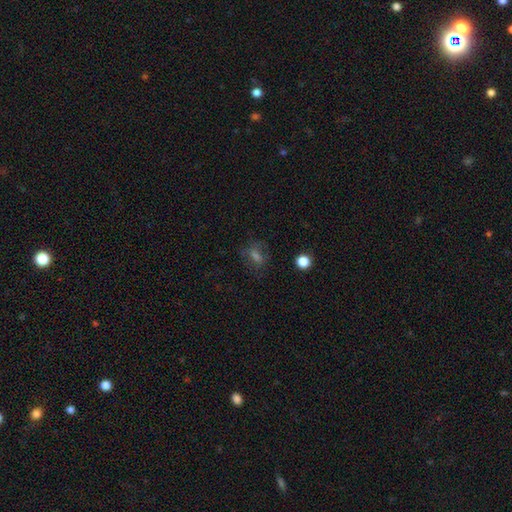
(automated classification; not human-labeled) Morphology: type=smooth (51%); roundness=in between (55%); merging=none (71%).